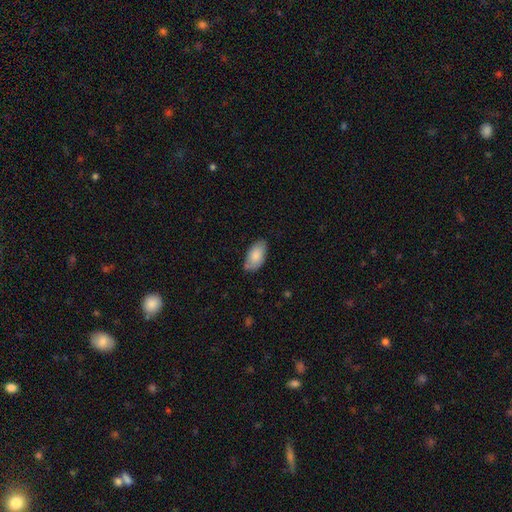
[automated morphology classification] Overall: smooth (85%). How rounded: in between (95%). Merging: none (75%).